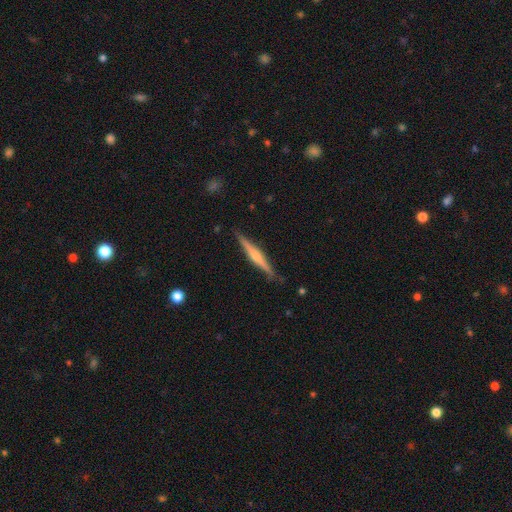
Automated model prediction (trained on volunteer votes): Overall: featured or disk (69%). Edge-on disk: yes (98%). Edge-on bulge: rounded (77%). Merging: none (87%).